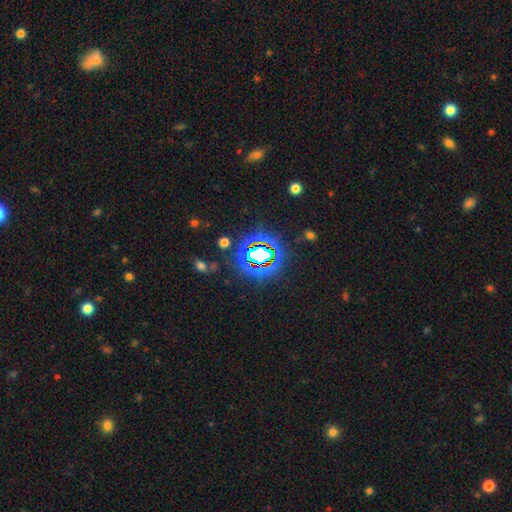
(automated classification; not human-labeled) Smooth or featured? star or artifact (77%)